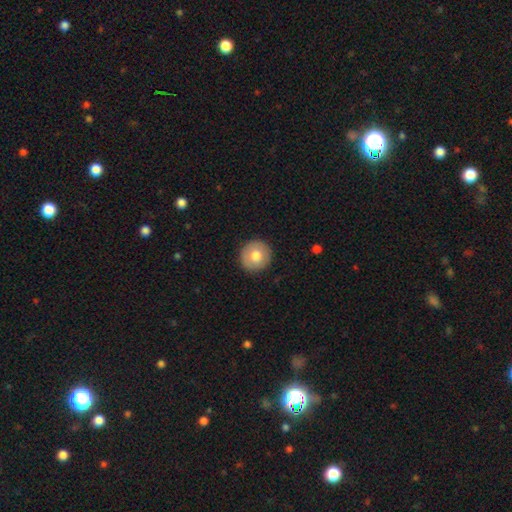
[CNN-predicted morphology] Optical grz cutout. It shows a smooth galaxy with no disk features (73%) that is round (94%). Merging: none (91%).